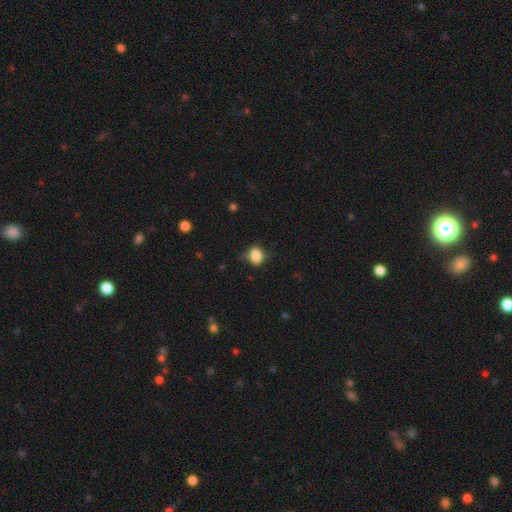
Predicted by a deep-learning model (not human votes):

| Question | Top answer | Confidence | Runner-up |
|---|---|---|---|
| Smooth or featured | smooth | 81% | star or artifact (10%) |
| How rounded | in between | 58% | round (40%) |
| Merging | none | 57% | minor disturbance (31%) |